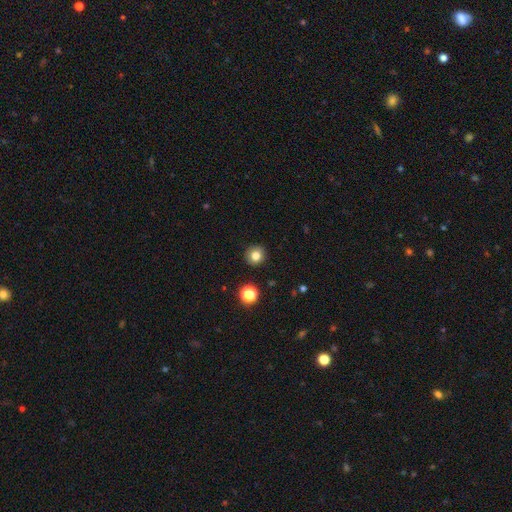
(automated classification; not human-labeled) smooth_or_featured: smooth (p=0.80) [alt: star or artifact p=0.12]
how_rounded: round (p=0.91) [alt: in between p=0.08]
merging: none (p=0.91) [alt: minor disturbance p=0.06]